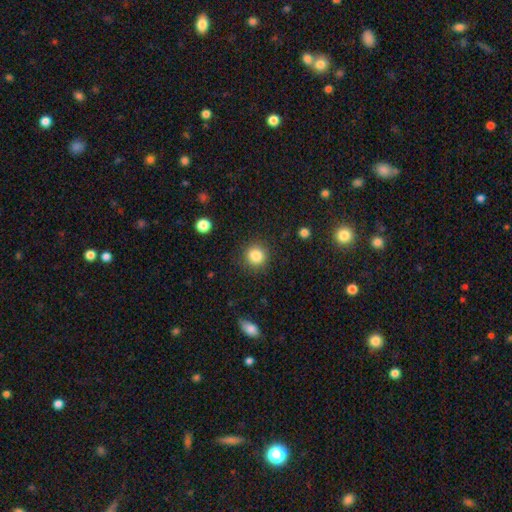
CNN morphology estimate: Overall: smooth (85%). How rounded: round (91%). Merging: none (89%).